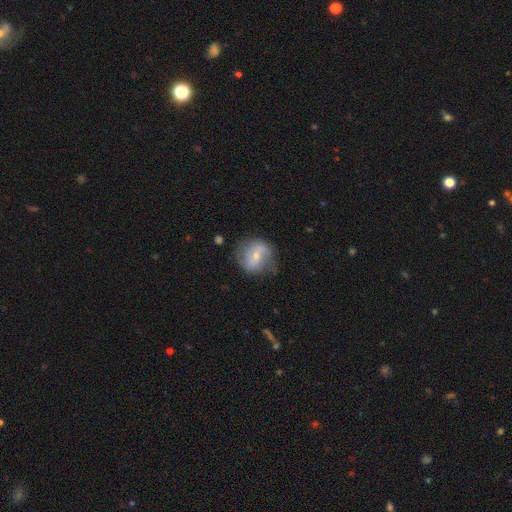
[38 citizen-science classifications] This is possibly a featured or disk galaxy (58%). It is clearly not viewed edge-on (100%). Bar: possibly no (50%). Spiral arm pattern: likely yes (68%). Spiral arm count: likely 2 (67%). Spiral winding: possibly medium (47%). Central bulge: possibly small (59%). Merging: likely none (71%).